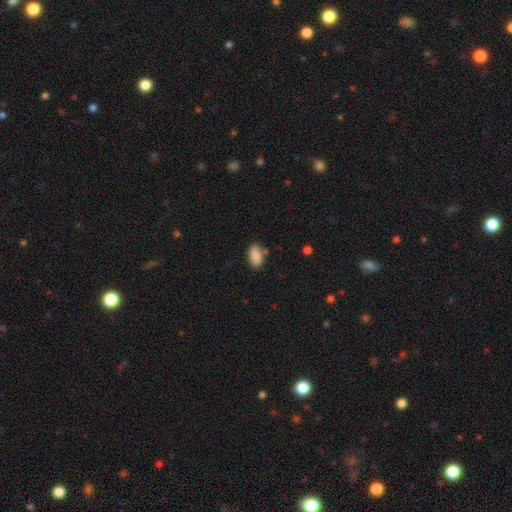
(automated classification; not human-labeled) This appears to be a smooth galaxy with no disk features (88%) that is in between round and cigar-shaped (91%). Merging: none (72%).